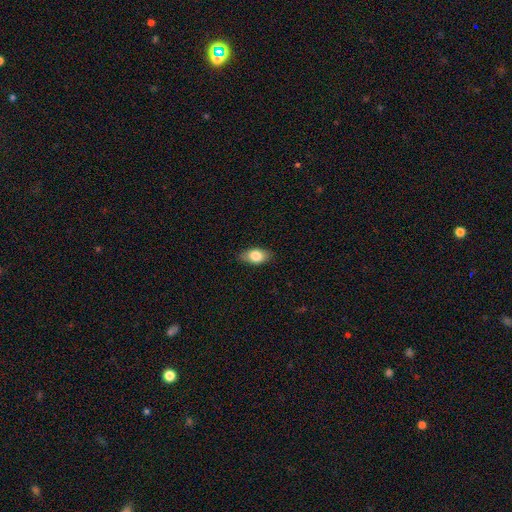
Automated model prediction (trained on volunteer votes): This is clearly a smooth galaxy (82%). How rounded: clearly in between (90%). Merging: clearly none (84%).